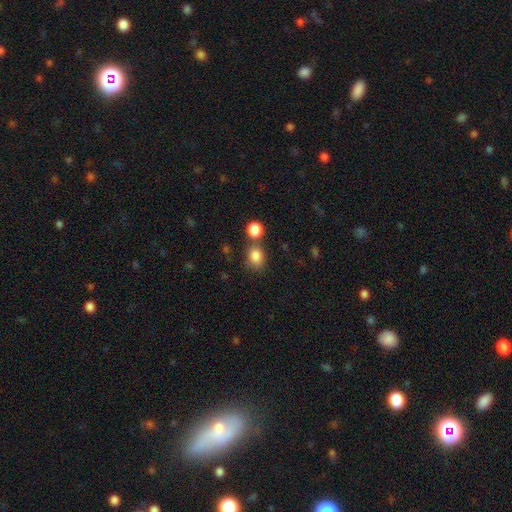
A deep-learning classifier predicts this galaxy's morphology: A smooth galaxy with no disk features (84%) that is in between round and cigar-shaped (53%). Merging: none (59%).